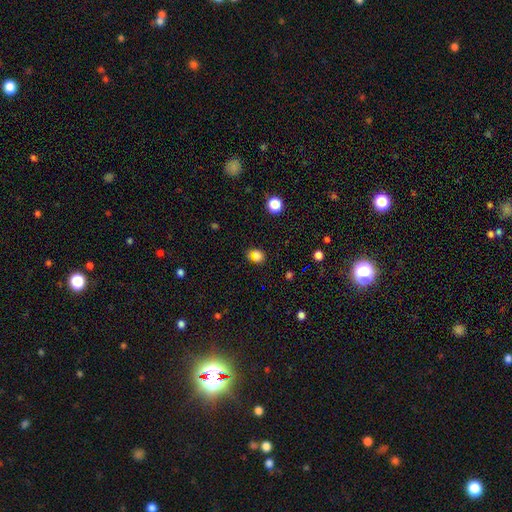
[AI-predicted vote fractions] Morphology: type=smooth (72%); roundness=round (64%); merging=none (68%).